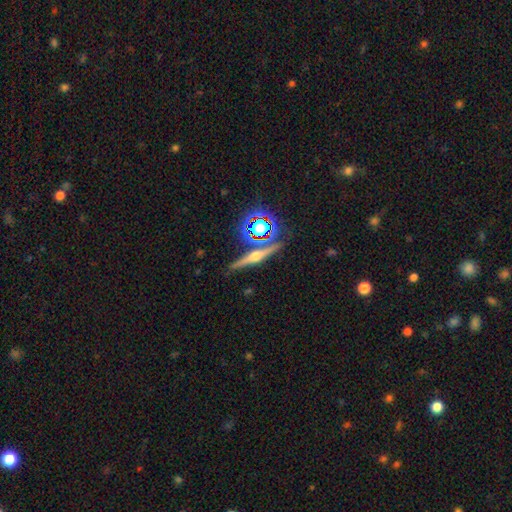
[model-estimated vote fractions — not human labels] Overall: featured or disk (66%). Edge-on disk: yes (95%). Edge-on bulge: rounded (92%). Merging: none (85%).